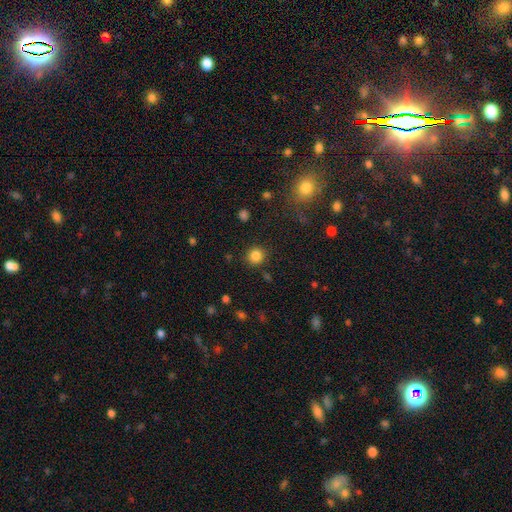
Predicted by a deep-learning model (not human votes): smooth 84%, star or artifact 12%, featured or disk 4%. Down the decision tree: how rounded — round (90%); merging — none (88%).